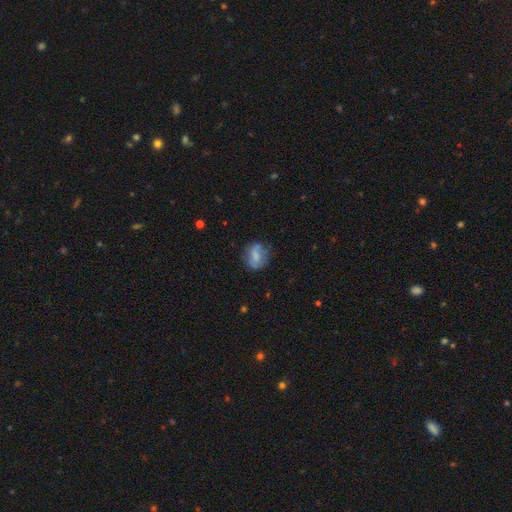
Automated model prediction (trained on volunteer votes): smooth 66%, featured or disk 26%, star or artifact 8%. Down the decision tree: how rounded — round (55%); merging — none (65%).